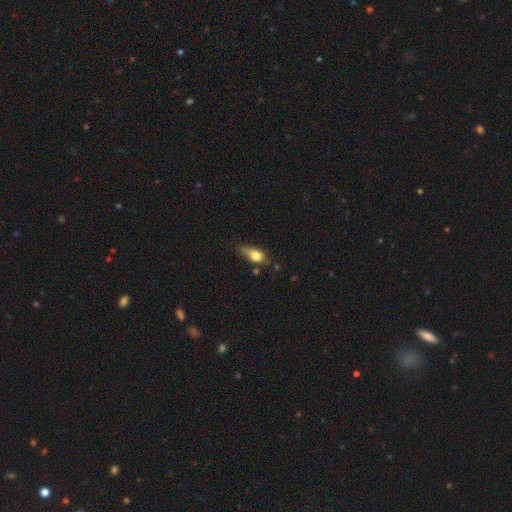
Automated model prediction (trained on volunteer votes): Smooth or featured: smooth — 78% (featured or disk — 14%)
How rounded: in between — 73% (round — 18%)
Merging: minor disturbance — 40% (none — 37%)